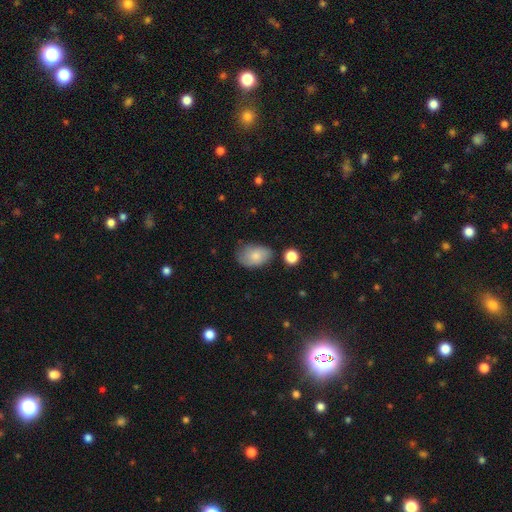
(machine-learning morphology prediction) Smooth or featured? Predicted: smooth (p=0.78). How rounded? Predicted: in between (p=0.85). Merging? Predicted: none (p=0.61).